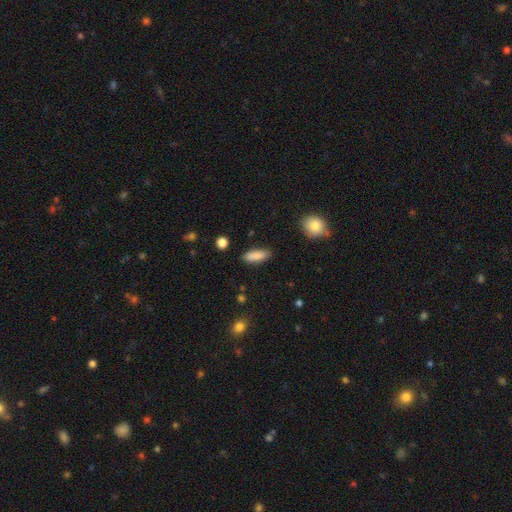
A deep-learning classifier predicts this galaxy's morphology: smooth 88%, star or artifact 7%, featured or disk 6%. Down the decision tree: how rounded — in between (65%); merging — none (86%).